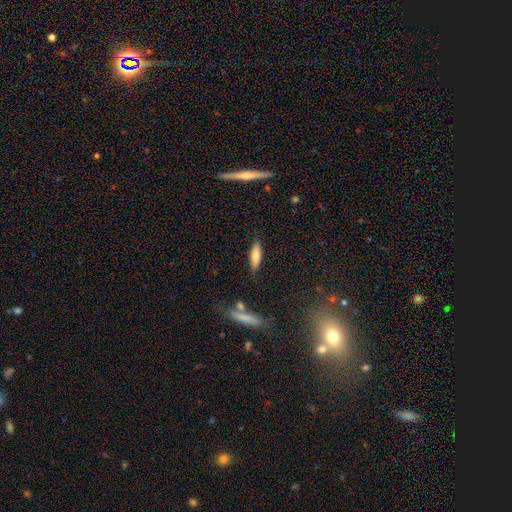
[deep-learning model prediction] Smooth or featured: smooth — 75% (featured or disk — 18%)
How rounded: cigar-shaped — 51% (in between — 47%)
Merging: none — 82% (minor disturbance — 13%)